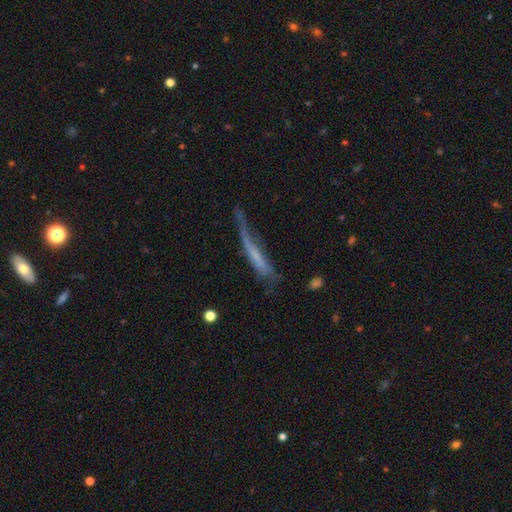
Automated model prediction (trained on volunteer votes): Smooth or featured?
  - smooth: 45% *
  - featured or disk: 44%
  - star or artifact: 10%
Merging?
  - major disturbance: 38% *
  - none: 30%
  - minor disturbance: 26%
  - merger: 6%